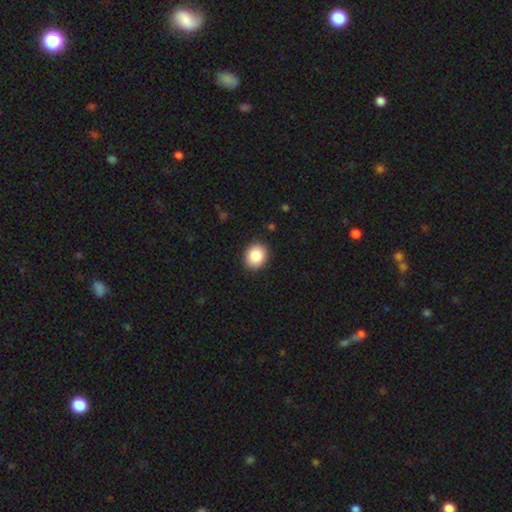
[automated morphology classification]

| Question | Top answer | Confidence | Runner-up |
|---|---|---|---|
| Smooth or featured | smooth | 87% | star or artifact (8%) |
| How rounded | round | 70% | in between (30%) |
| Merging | none | 91% | minor disturbance (6%) |